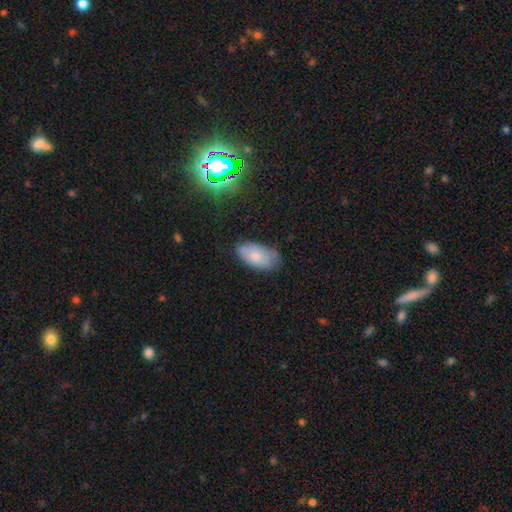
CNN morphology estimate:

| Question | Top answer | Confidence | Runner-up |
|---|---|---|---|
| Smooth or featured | smooth | 66% | featured or disk (25%) |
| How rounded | in between | 94% | round (4%) |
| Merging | none | 69% | minor disturbance (25%) |